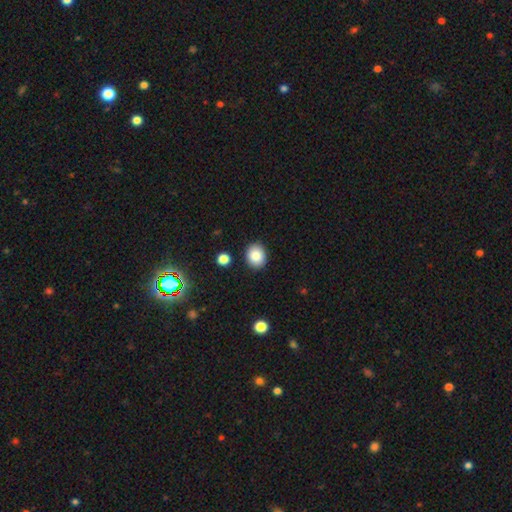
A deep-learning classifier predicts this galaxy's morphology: This appears to be a smooth galaxy with no disk features (87%) that is round (60%). Merging: none (88%).